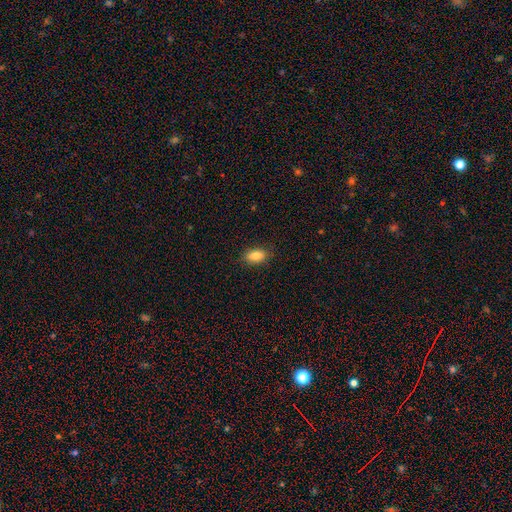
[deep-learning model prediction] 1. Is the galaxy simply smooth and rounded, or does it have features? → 86% smooth, 8% star or artifact, 6% featured or disk.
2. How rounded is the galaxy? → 89% in between, 6% round, 4% cigar-shaped.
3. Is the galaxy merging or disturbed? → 86% none, 10% minor disturbance, 3% major disturbance, 1% merger.